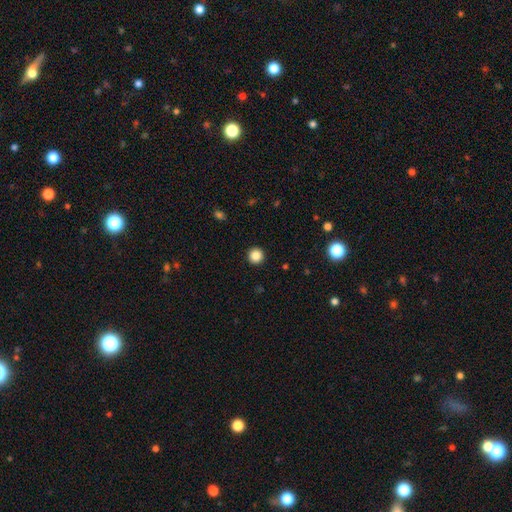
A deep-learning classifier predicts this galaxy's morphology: Smooth or featured? smooth (86%)
How rounded? round (96%)
Merging? none (93%)